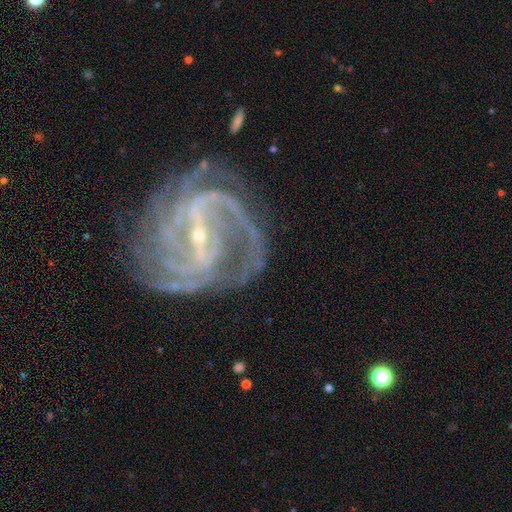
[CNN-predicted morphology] smooth_or_featured: featured or disk (p=0.92) [alt: star or artifact p=0.05]
disk_edge_on: no (p=0.97) [alt: yes p=0.03]
bar: strong (p=0.66) [alt: weak p=0.25]
has_spiral_arms: yes (p=0.98) [alt: no p=0.02]
spiral_winding: tight (p=0.51) [alt: medium p=0.41]
spiral_arm_count: 4 (p=0.27) [alt: 3 p=0.23]
bulge_size: small (p=0.84) [alt: moderate p=0.12]
merging: none (p=0.73) [alt: minor disturbance p=0.16]